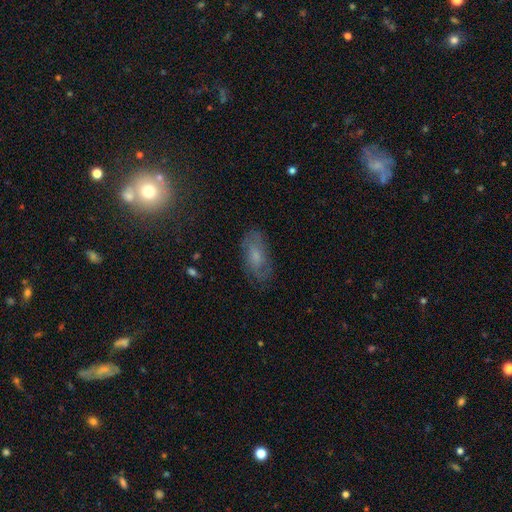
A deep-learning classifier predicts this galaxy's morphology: Smooth or featured? featured or disk (45%)
Merging? none (73%)